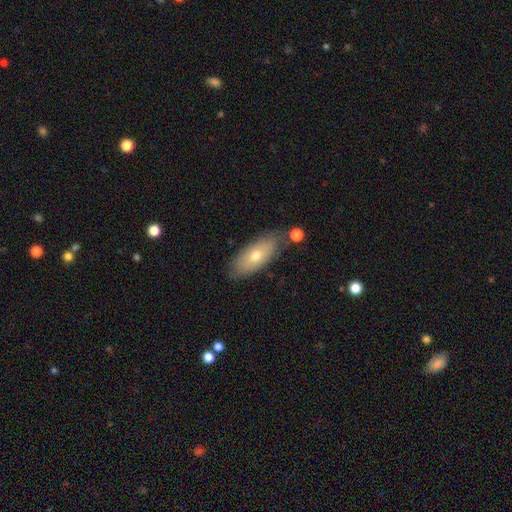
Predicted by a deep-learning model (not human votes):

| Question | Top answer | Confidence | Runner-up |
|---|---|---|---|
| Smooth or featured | smooth | 64% | featured or disk (29%) |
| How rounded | in between | 78% | cigar-shaped (19%) |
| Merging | none | 76% | minor disturbance (15%) |